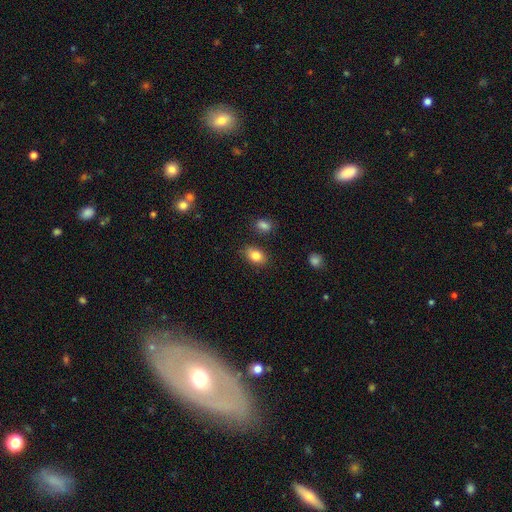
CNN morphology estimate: smooth_or_featured: smooth (p=0.84) [alt: star or artifact p=0.08]
how_rounded: in between (p=0.85) [alt: round p=0.14]
merging: none (p=0.82) [alt: minor disturbance p=0.11]